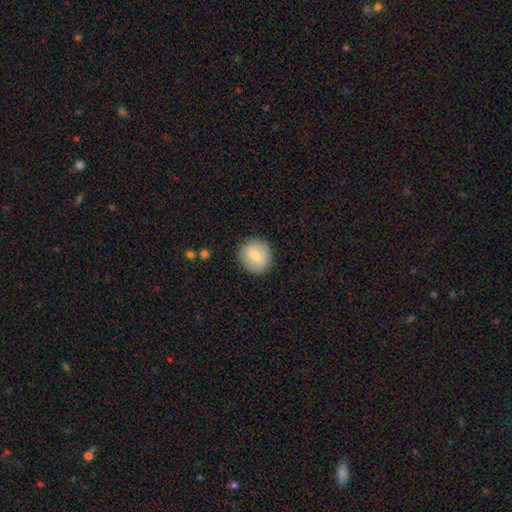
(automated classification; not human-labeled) Smooth or featured?
  - smooth: 74% *
  - featured or disk: 18%
  - star or artifact: 8%
How rounded?
  - round: 90% *
  - in between: 10%
  - cigar-shaped: 1%
Merging?
  - none: 88% *
  - minor disturbance: 9%
  - major disturbance: 2%
  - merger: 1%